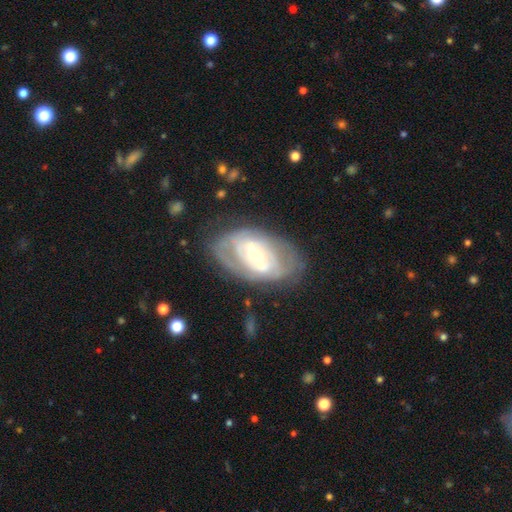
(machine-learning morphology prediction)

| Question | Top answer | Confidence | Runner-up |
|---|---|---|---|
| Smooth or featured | featured or disk | 75% | smooth (19%) |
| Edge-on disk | no | 94% | yes (6%) |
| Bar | weak | 39% | strong (36%) |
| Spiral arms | yes | 67% | no (33%) |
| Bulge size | moderate | 52% | small (39%) |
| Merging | none | 67% | minor disturbance (20%) |